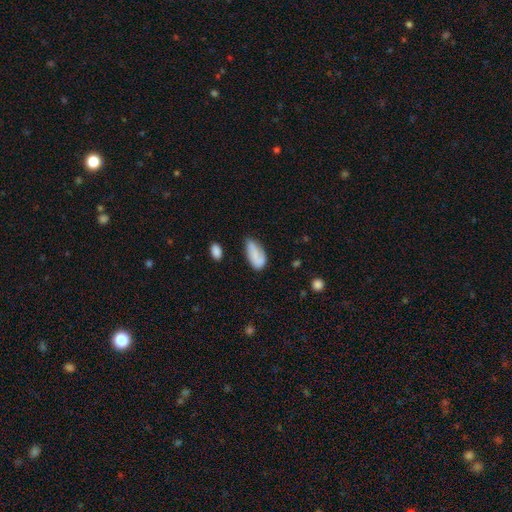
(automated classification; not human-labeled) Overall: smooth (71%). How rounded: in between (91%). Merging: none (47%; minor disturbance 36%).